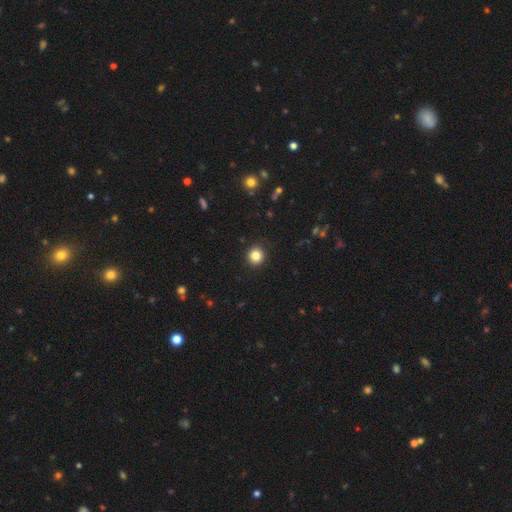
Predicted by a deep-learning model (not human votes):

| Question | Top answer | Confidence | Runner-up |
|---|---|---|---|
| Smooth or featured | smooth | 84% | star or artifact (11%) |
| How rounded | round | 94% | in between (5%) |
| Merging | none | 92% | minor disturbance (5%) |